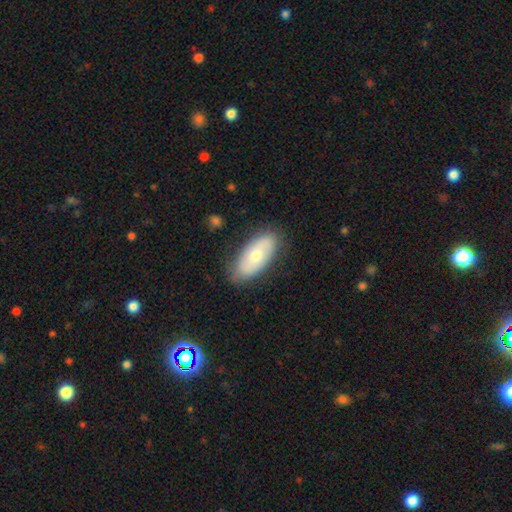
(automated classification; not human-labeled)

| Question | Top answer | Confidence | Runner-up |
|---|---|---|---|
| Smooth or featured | smooth | 58% | featured or disk (36%) |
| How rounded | in between | 90% | cigar-shaped (8%) |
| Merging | none | 81% | minor disturbance (14%) |